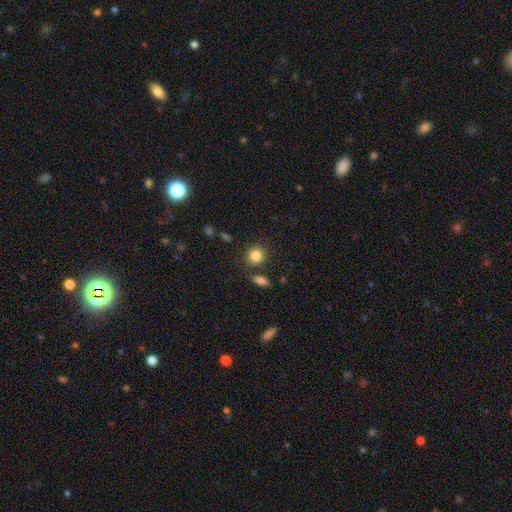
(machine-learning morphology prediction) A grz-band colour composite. It shows a smooth galaxy with no disk features (85%) that is round (87%). Merging: none (82%).